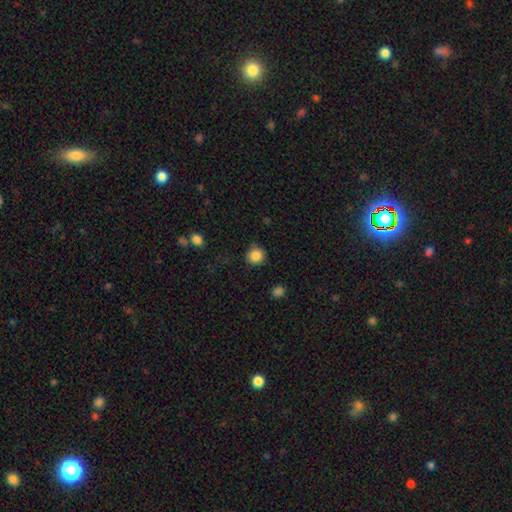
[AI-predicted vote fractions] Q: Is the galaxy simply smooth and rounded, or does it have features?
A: smooth — 86%.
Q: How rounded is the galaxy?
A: round — 93%.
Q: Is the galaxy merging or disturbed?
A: none — 85%.